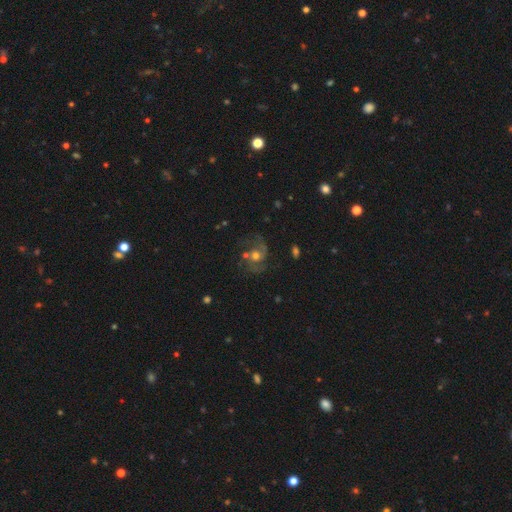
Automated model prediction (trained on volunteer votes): Smooth or featured: featured or disk — 73% (smooth — 17%)
Edge-on disk: no — 98% (yes — 2%)
Bar: no — 73% (weak — 23%)
Spiral arms: yes — 89% (no — 11%)
Spiral winding: medium — 51% (loose — 33%)
Spiral arm count: 2 — 74% (can't tell — 9%)
Bulge size: moderate — 66% (small — 19%)
Merging: none — 53% (major disturbance — 18%)